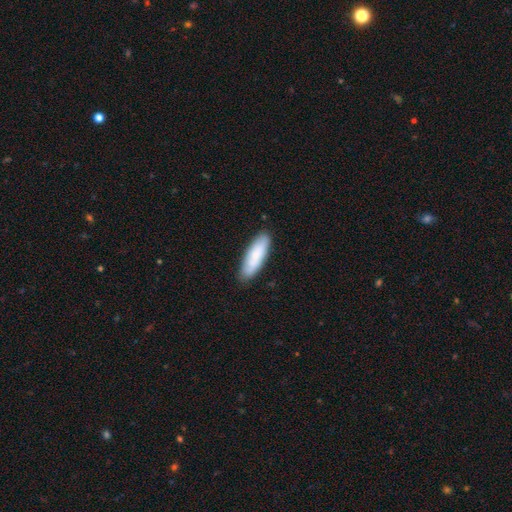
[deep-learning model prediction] The model was most divided on "how rounded": cigar-shaped: 51%, in between: 47%, round: 2%. More confident: merging — none (85%); smooth or featured — smooth (81%).